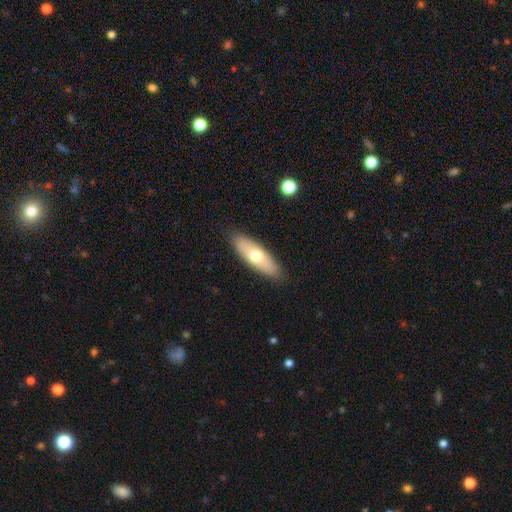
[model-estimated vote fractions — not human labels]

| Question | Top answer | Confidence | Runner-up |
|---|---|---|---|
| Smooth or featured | smooth | 62% | featured or disk (32%) |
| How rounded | in between | 53% | cigar-shaped (45%) |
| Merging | none | 88% | minor disturbance (9%) |